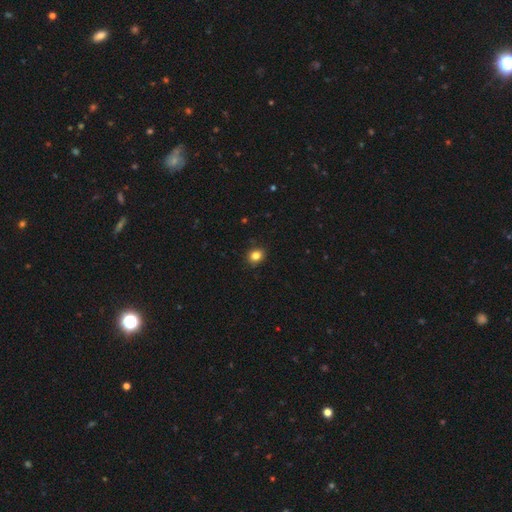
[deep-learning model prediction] Overall: smooth (83%). How rounded: round (66%; in between 33%). Merging: none (89%).